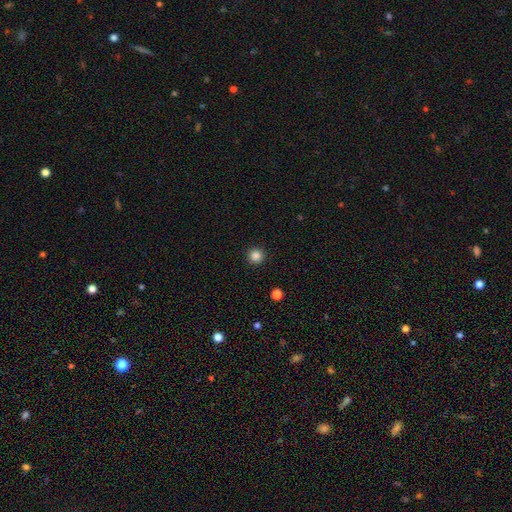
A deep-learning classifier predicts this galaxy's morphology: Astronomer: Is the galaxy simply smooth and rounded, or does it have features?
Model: smooth — 85%.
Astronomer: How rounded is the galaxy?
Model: round — 96%.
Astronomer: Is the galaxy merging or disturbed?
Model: none — 93%.